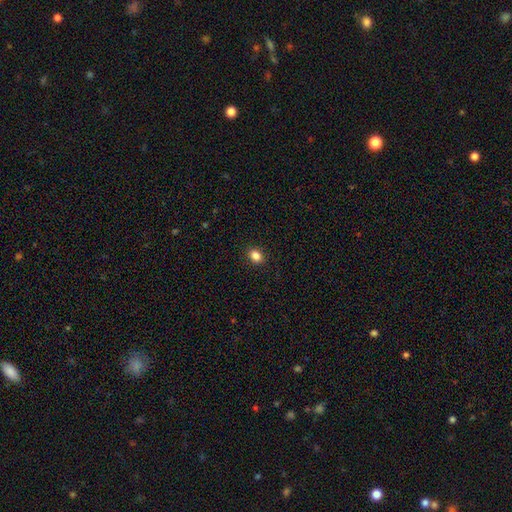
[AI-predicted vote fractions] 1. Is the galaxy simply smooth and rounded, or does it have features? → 85% smooth, 10% star or artifact, 4% featured or disk.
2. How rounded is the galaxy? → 59% in between, 40% round, 1% cigar-shaped.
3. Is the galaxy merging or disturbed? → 90% none, 7% minor disturbance, 2% major disturbance, 1% merger.